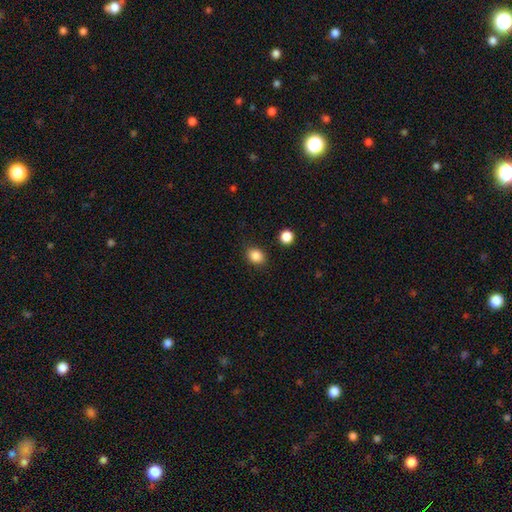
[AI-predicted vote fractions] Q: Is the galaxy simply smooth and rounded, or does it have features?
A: smooth — 86%.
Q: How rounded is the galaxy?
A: in between — 50%.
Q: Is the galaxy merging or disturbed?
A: none — 85%.